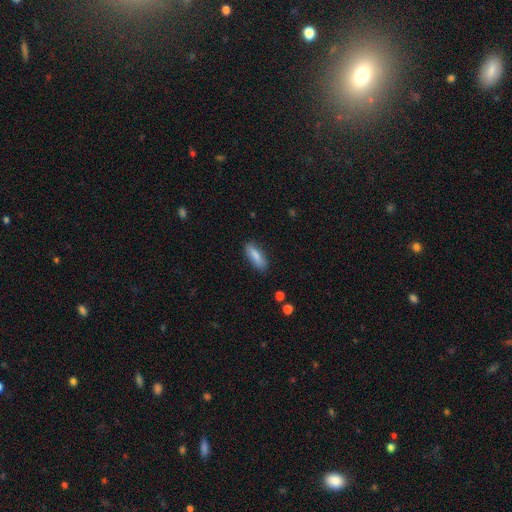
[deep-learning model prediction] Smooth or featured? smooth (84%)
How rounded? in between (54%)
Merging? none (84%)